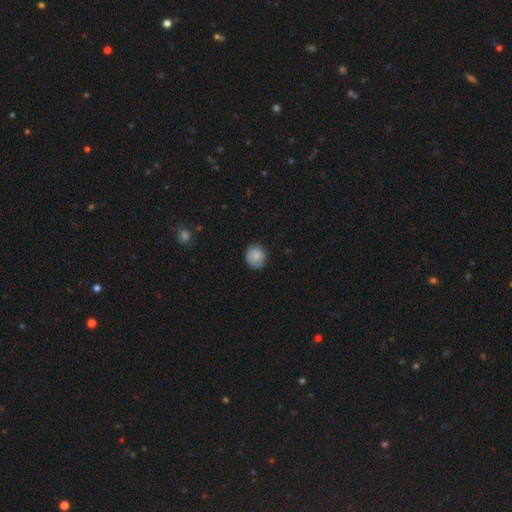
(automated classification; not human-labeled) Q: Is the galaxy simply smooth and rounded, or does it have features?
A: smooth — 82%.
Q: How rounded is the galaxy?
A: round — 79%.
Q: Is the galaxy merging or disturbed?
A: none — 81%.